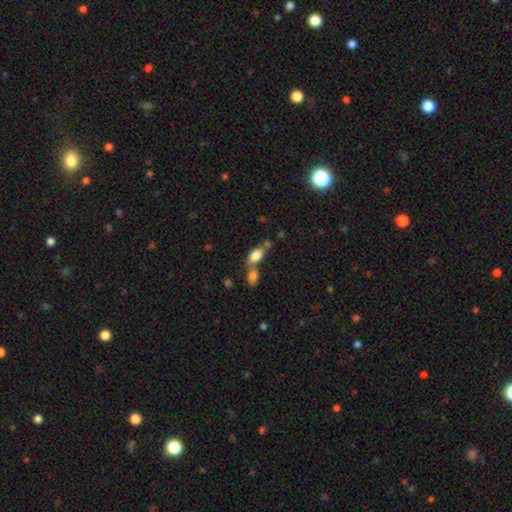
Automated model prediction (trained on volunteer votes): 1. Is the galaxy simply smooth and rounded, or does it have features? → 81% smooth, 10% featured or disk, 9% star or artifact.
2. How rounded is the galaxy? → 88% in between, 7% round, 5% cigar-shaped.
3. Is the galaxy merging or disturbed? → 42% none (tied), 42% merger (tied), 11% minor disturbance, 5% major disturbance.